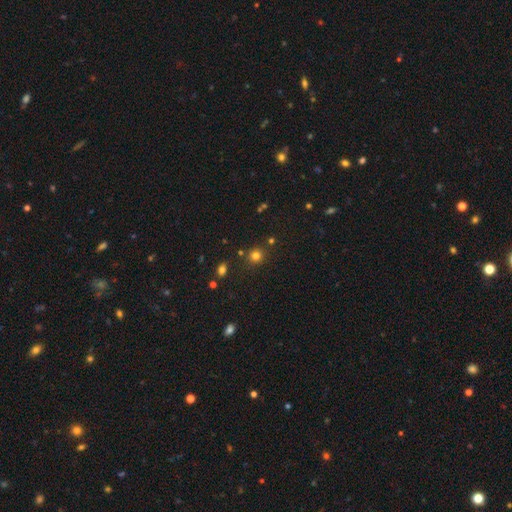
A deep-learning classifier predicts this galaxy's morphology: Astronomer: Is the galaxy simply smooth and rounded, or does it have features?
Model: smooth — 76%.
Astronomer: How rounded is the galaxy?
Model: round — 89%.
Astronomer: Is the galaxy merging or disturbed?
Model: none — 83%.